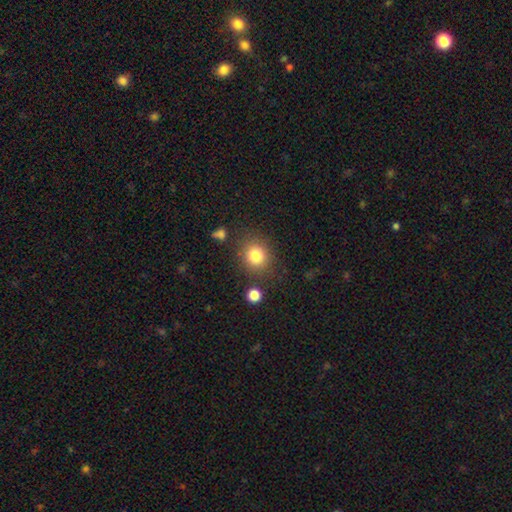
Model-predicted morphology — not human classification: A smooth galaxy with no disk features (82%) that is round (85%). Merging: none (82%).